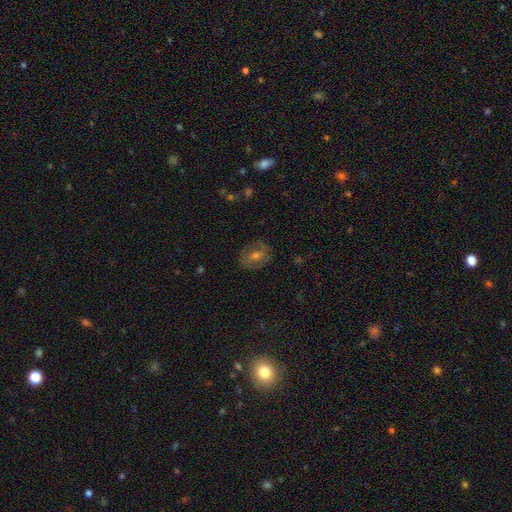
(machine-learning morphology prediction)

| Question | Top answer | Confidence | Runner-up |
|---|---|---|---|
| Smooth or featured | featured or disk | 44% | smooth (39%) |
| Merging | none | 80% | minor disturbance (13%) |